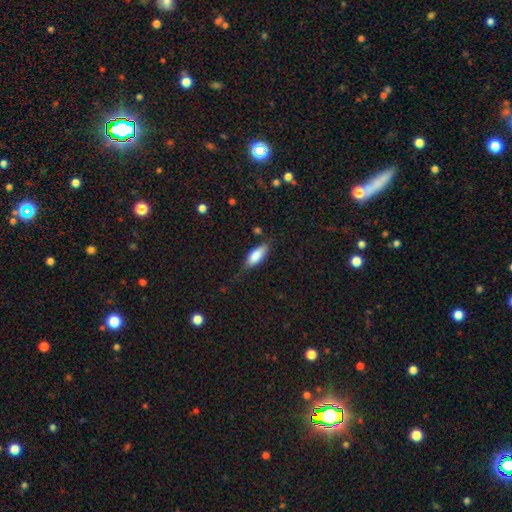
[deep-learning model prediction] Smooth or featured? Predicted: smooth (p=0.77). How rounded? Predicted: in between (p=0.73). Merging? Predicted: none (p=0.67).